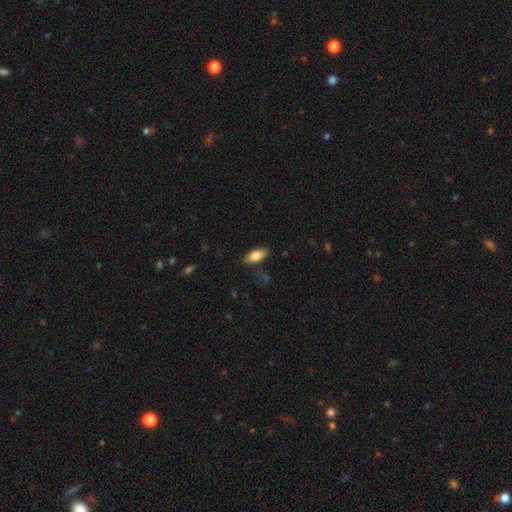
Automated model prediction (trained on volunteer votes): smooth_or_featured: smooth (p=0.80) [alt: featured or disk p=0.14]
how_rounded: in between (p=0.85) [alt: cigar-shaped p=0.12]
merging: none (p=0.83) [alt: minor disturbance p=0.13]